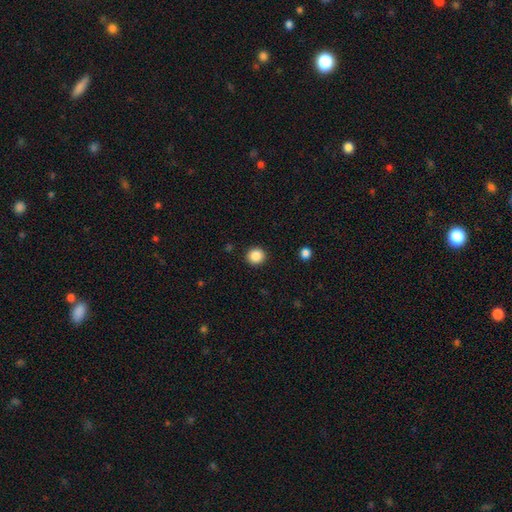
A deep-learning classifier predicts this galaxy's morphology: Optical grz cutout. It shows a smooth galaxy with no disk features (87%) that is round (93%). Merging: none (92%).